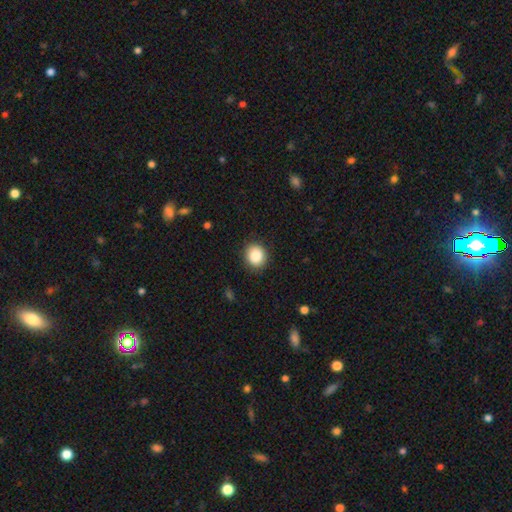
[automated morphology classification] This appears to be a smooth galaxy with no disk features (87%) that is round (77%). Merging: none (89%).